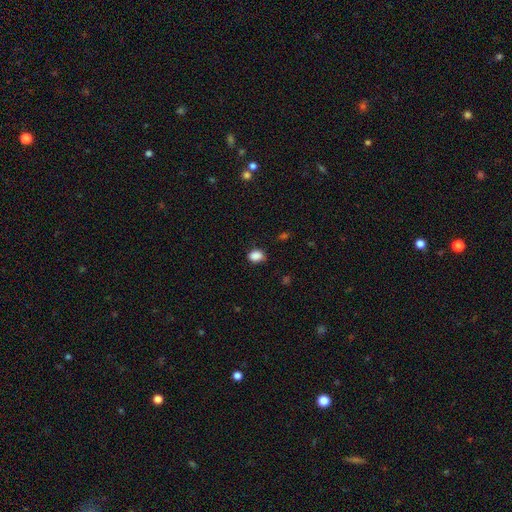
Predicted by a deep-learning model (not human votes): A smooth galaxy with no disk features (87%) that is in between round and cigar-shaped (68%).

Vote fractions:
- Smooth or featured? smooth: 87% / star or artifact: 9% / featured or disk: 3%
- How rounded? in between: 68% / round: 31% / cigar-shaped: 1%
- Merging? none: 76% / minor disturbance: 19% / major disturbance: 4% / merger: 1%